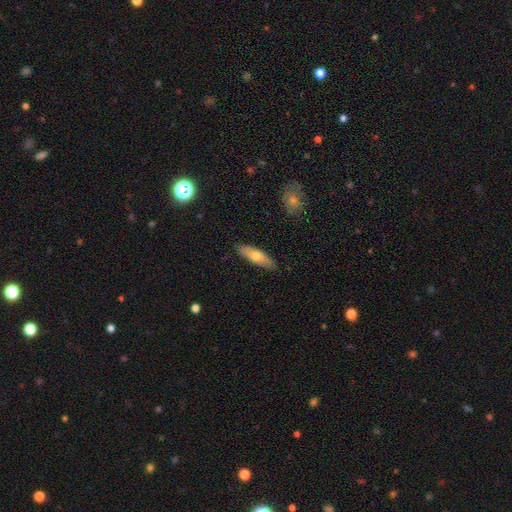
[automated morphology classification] The model was most divided on "how rounded": cigar-shaped: 52%, in between: 45%, round: 2%. More confident: merging — none (87%); smooth or featured — smooth (65%).